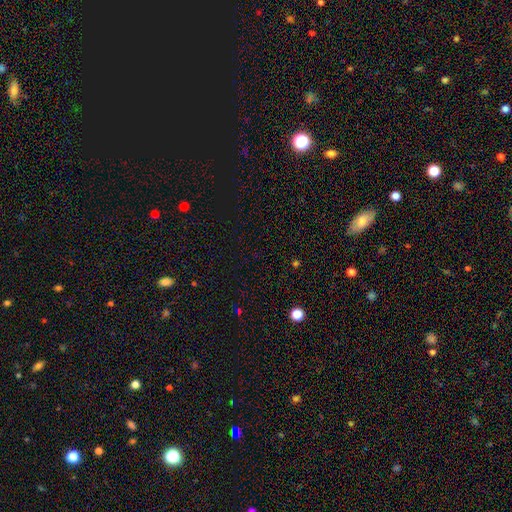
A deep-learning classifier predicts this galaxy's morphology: smooth-or-featured: star or artifact: 67% | smooth: 26% | featured or disk: 6%